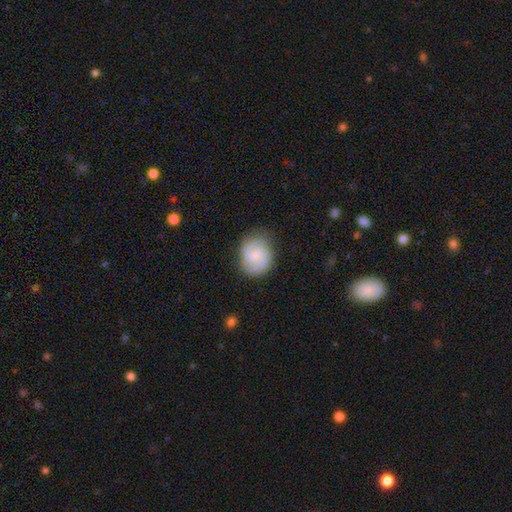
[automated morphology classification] Overall: featured or disk (70%). Edge-on disk: no (98%). Bar: no (53%; weak 42%). Spiral arms: yes (95%). Spiral arm count: 2 (77%). Spiral winding: medium (48%; tight 38%). Bulge size: small (58%; moderate 30%). Merging: none (78%).